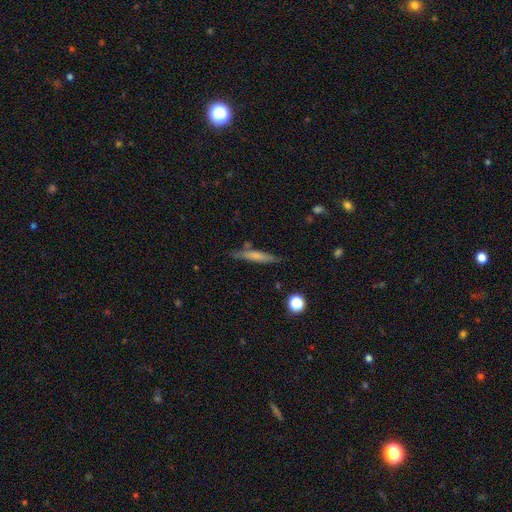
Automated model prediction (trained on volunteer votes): This appears to be a smooth galaxy with no disk features (61%) that is cigar-shaped (90%). Merging: none (79%).